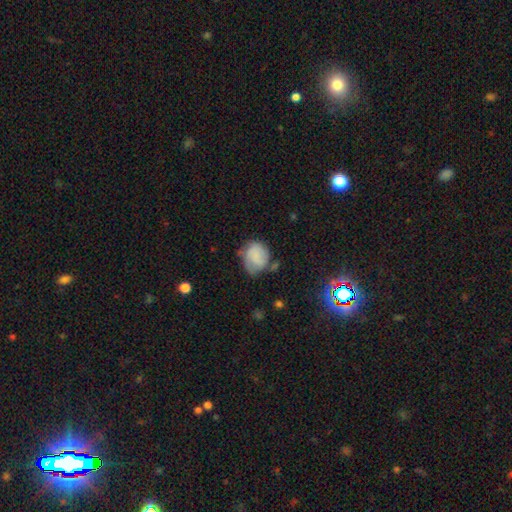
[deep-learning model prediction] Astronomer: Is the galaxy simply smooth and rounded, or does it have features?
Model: smooth — 67%.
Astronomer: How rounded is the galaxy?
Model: round — 60% (runner-up: in between, 39%).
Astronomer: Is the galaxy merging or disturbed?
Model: none — 44% (runner-up: minor disturbance, 33%).